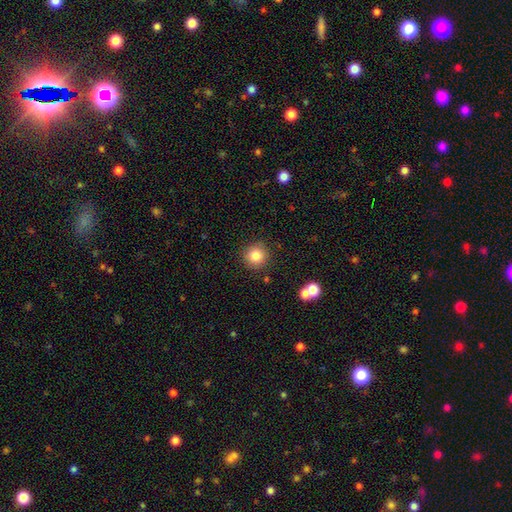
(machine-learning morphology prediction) smooth-or-featured: smooth: 83% | star or artifact: 11% | featured or disk: 6%
  how-rounded: round: 93% | in between: 6% | cigar-shaped: 1%
  merging: none: 87% | minor disturbance: 7% | merger: 3% | major disturbance: 3%